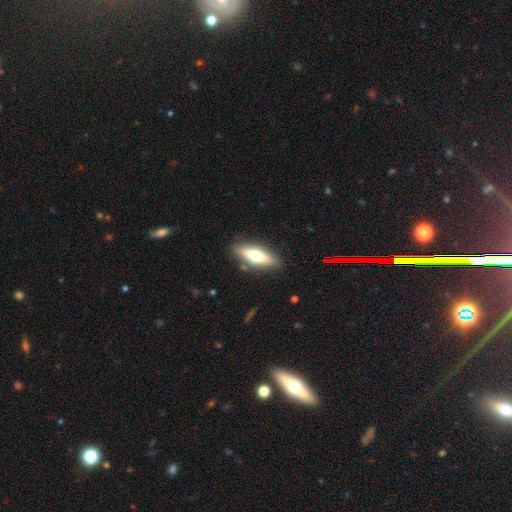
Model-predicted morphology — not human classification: This appears to be a smooth galaxy with no disk features (51%) that is cigar-shaped (49%). Merging: none (86%).